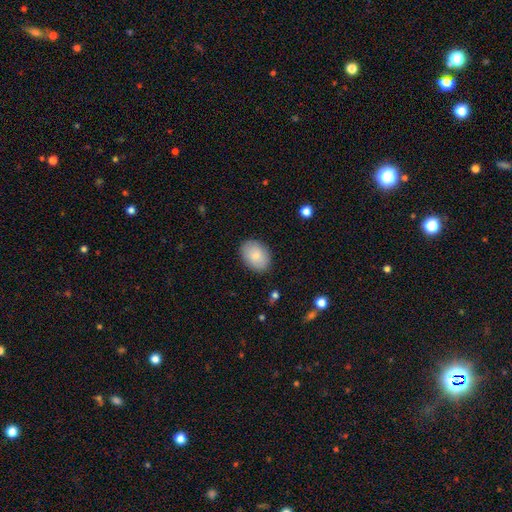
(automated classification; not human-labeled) smooth_or_featured: smooth (p=0.83) [alt: featured or disk p=0.10]
how_rounded: in between (p=0.78) [alt: round p=0.21]
merging: none (p=0.87) [alt: minor disturbance p=0.10]